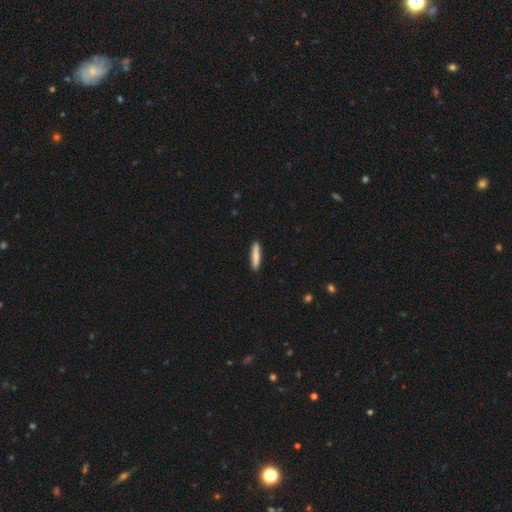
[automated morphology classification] Smooth or featured: smooth — 83% (featured or disk — 11%)
How rounded: cigar-shaped — 89% (in between — 10%)
Merging: none — 90% (minor disturbance — 8%)